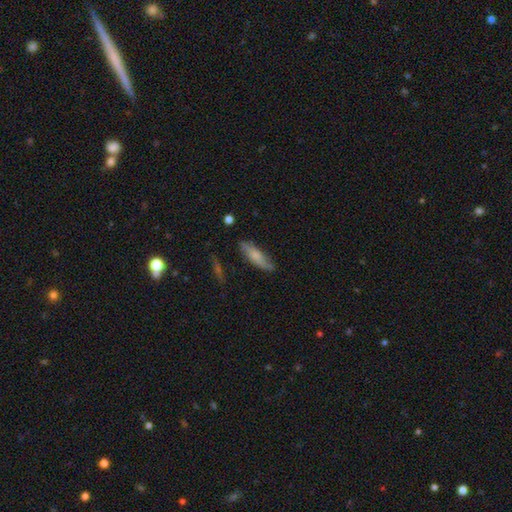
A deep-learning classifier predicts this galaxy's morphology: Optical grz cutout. It shows a smooth galaxy with no disk features (65%) that is cigar-shaped (57%). Merging: none (77%).